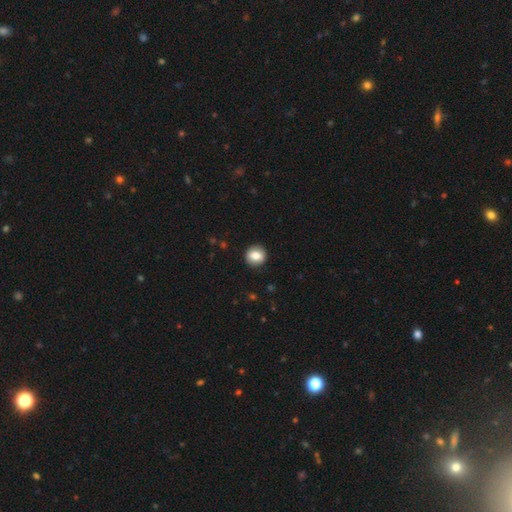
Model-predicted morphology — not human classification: This appears to be a smooth galaxy with no disk features (81%) that is round (89%). Merging: none (91%).